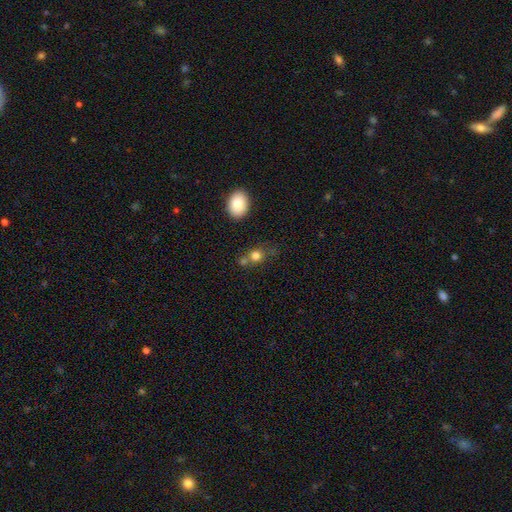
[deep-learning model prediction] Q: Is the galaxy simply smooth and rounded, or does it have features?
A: smooth — 79%.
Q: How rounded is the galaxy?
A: round — 72%.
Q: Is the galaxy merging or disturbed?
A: none — 52%.